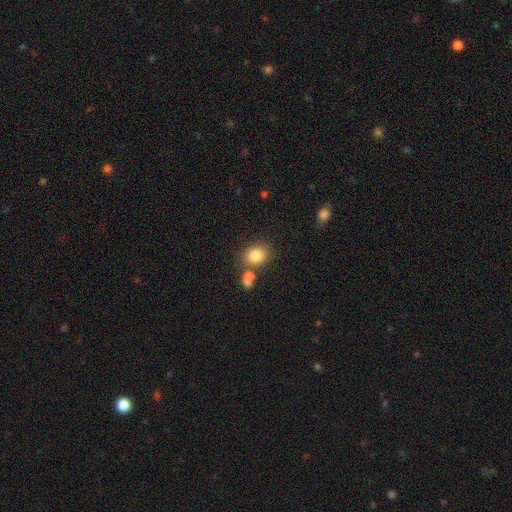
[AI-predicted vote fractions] smooth_or_featured: smooth (p=0.82) [alt: star or artifact p=0.10]
how_rounded: round (p=0.57) [alt: in between p=0.42]
merging: none (p=0.65) [alt: merger p=0.17]